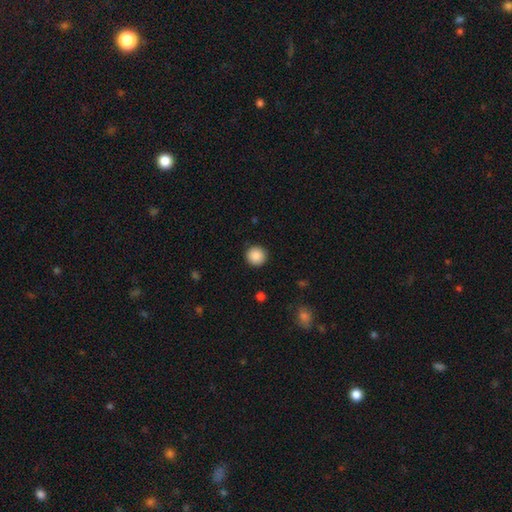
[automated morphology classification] Smooth or featured: smooth — 88% (star or artifact — 8%)
How rounded: round — 95% (in between — 4%)
Merging: none — 92% (minor disturbance — 5%)